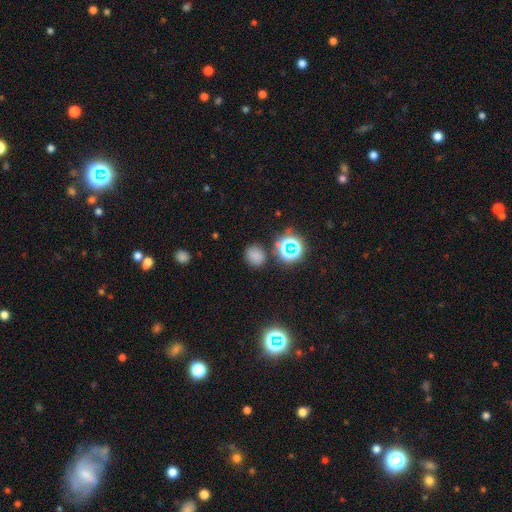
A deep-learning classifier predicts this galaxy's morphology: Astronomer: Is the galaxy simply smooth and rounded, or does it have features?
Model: smooth — 70%.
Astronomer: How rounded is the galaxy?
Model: round — 72%.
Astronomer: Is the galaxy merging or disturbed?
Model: none — 79%.